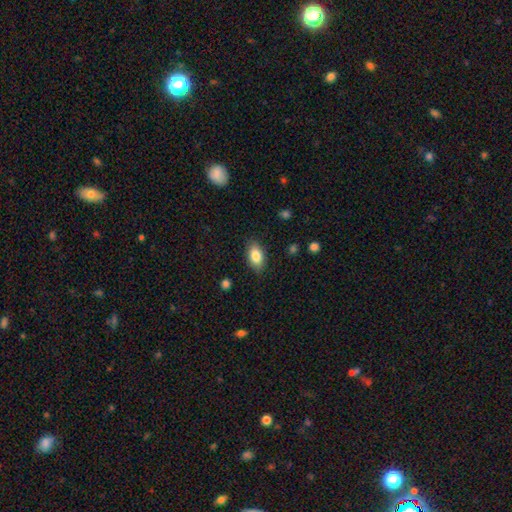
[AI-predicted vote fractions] Smooth or featured: smooth — 84% (featured or disk — 9%)
How rounded: in between — 90% (round — 7%)
Merging: none — 86% (minor disturbance — 11%)